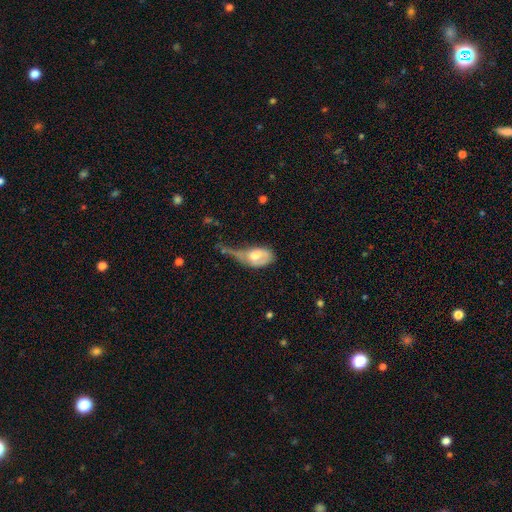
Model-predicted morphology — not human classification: A smooth galaxy with no disk features (57%) that is in between round and cigar-shaped (87%). Merging: major disturbance (51%).